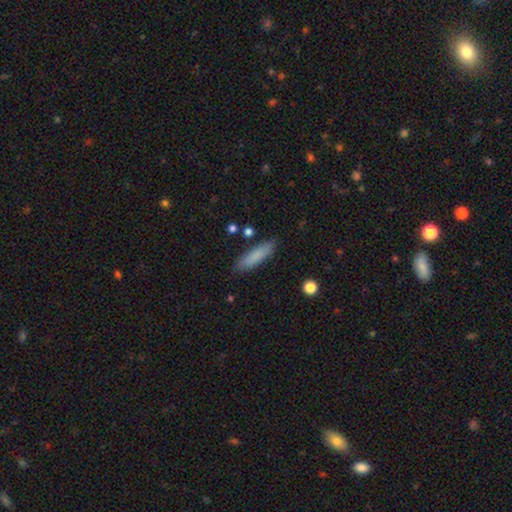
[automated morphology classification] Smooth or featured? smooth (83%)
How rounded? cigar-shaped (70%)
Merging? none (85%)